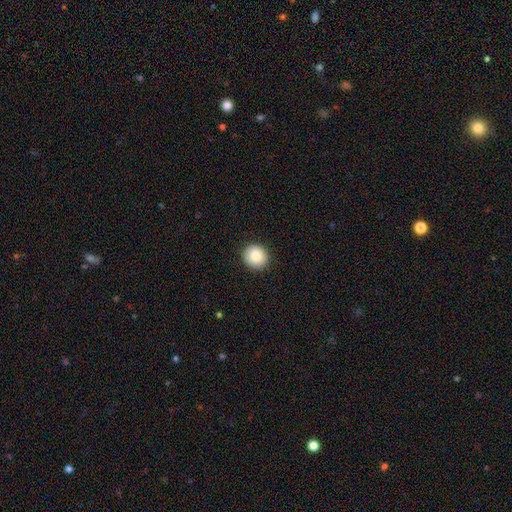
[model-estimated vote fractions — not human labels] Smooth or featured: smooth — 86% (star or artifact — 8%)
How rounded: round — 85% (in between — 14%)
Merging: none — 90% (minor disturbance — 7%)